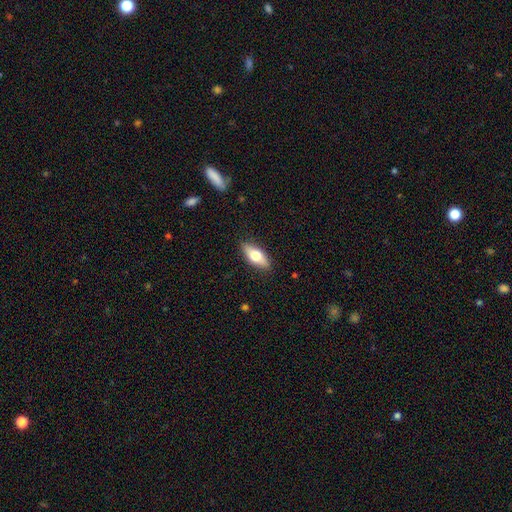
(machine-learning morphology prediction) This is likely a smooth galaxy (67%). How rounded: likely in between (80%). Merging: clearly none (87%).